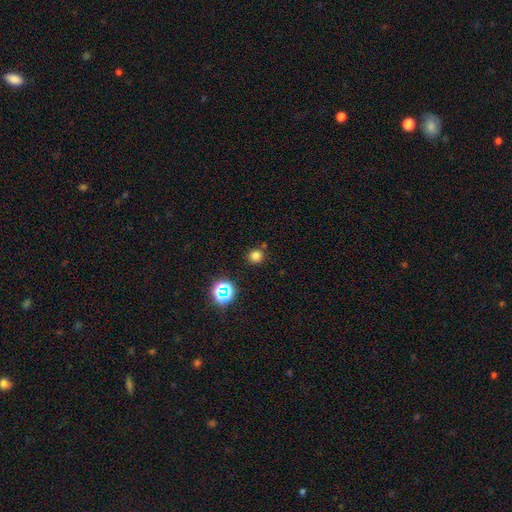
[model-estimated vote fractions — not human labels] smooth-or-featured: smooth: 75% | star or artifact: 19% | featured or disk: 5%
  how-rounded: round: 91% | in between: 8% | cigar-shaped: 1%
  merging: none: 80% | minor disturbance: 9% | merger: 8% | major disturbance: 3%